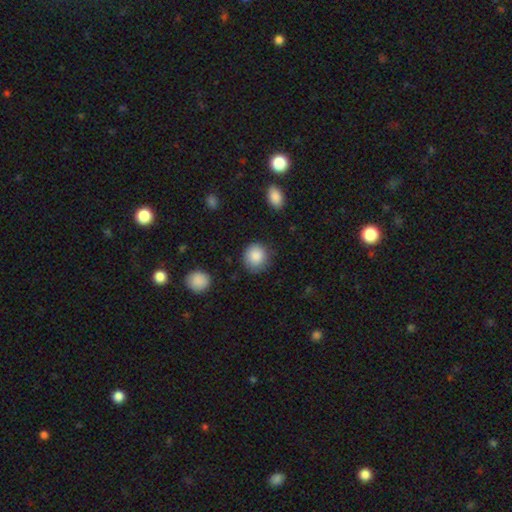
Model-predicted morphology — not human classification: smooth-or-featured: smooth: 88% | star or artifact: 7% | featured or disk: 5%
  how-rounded: round: 86% | in between: 13% | cigar-shaped: 1%
  merging: none: 80% | minor disturbance: 14% | major disturbance: 4% | merger: 2%